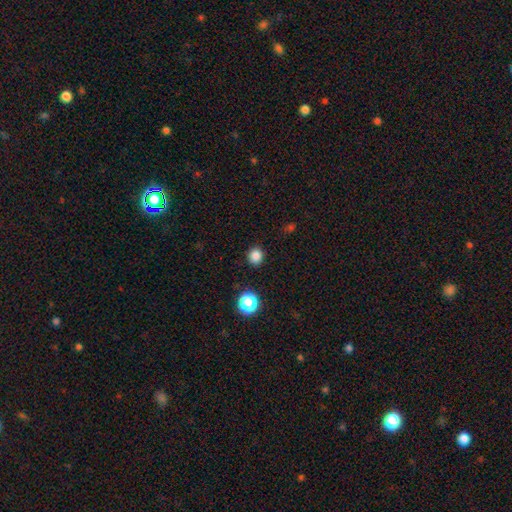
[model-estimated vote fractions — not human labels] This appears to be a smooth galaxy with no disk features (83%) that is round (86%). Merging: none (90%).